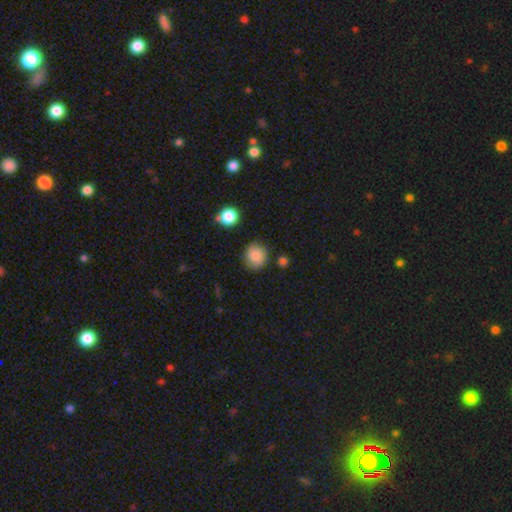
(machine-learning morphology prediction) A smooth galaxy with no disk features (85%) that is round (84%).

Vote fractions:
- Smooth or featured? smooth: 85% / star or artifact: 9% / featured or disk: 7%
- How rounded? round: 84% / in between: 15% / cigar-shaped: 1%
- Merging? none: 80% / minor disturbance: 14% / major disturbance: 3% / merger: 3%